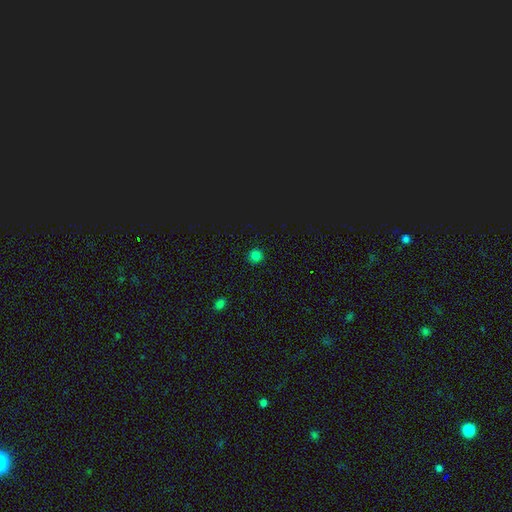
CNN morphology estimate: This appears to be a smooth galaxy with no disk features (78%) that is round (94%). Merging: none (92%).